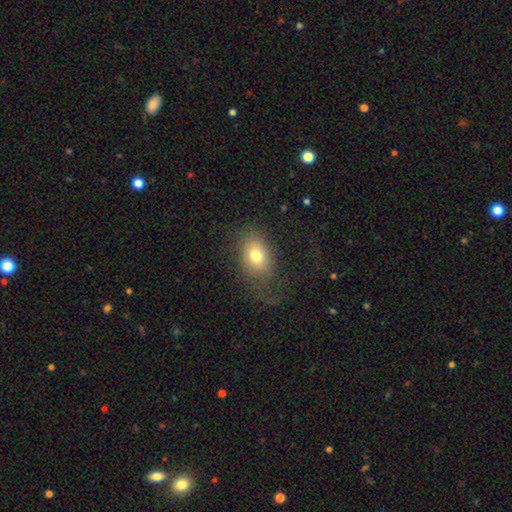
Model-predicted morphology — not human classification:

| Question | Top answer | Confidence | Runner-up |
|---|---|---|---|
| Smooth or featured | smooth | 74% | featured or disk (14%) |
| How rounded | in between | 68% | round (30%) |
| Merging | none | 63% | minor disturbance (18%) |